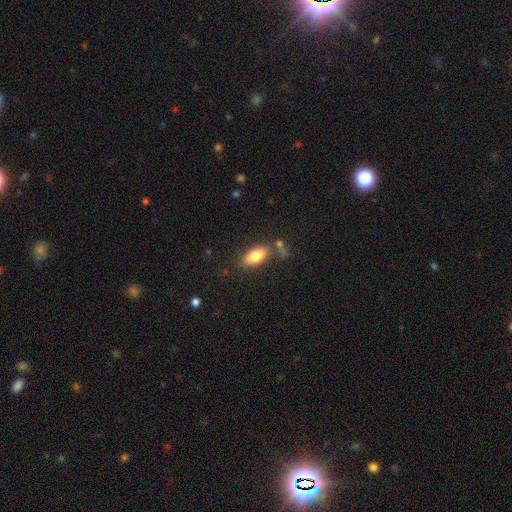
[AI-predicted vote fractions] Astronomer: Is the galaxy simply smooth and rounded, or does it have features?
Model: smooth — 78%.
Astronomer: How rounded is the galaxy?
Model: in between — 88%.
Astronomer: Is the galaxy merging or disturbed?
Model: none — 69%.